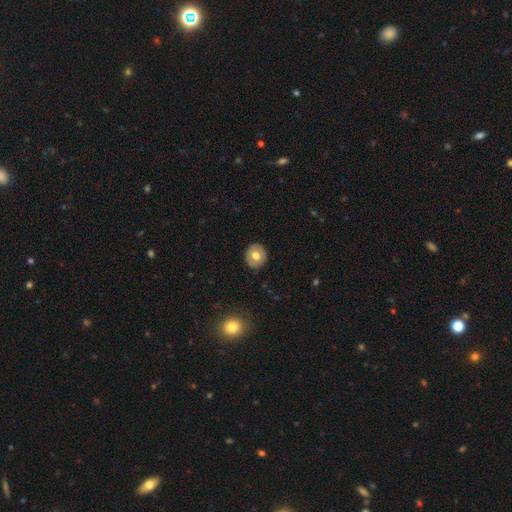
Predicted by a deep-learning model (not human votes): This is likely a smooth galaxy (64%). How rounded: clearly round (81%). Merging: clearly none (89%).